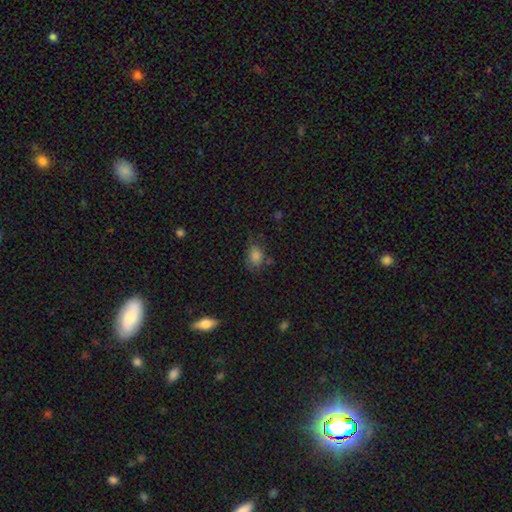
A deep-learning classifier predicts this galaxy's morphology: Smooth or featured? smooth (78%)
How rounded? in between (63%)
Merging? none (59%)